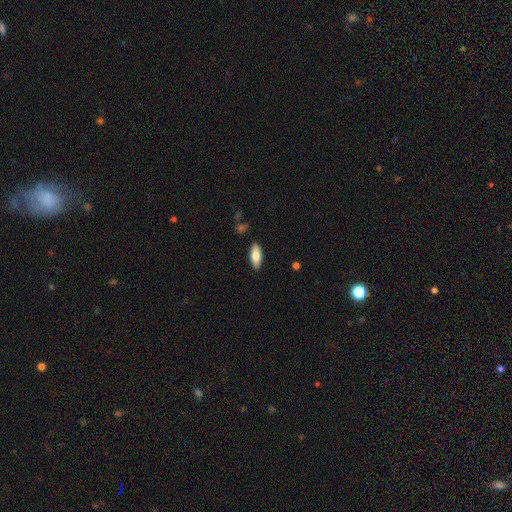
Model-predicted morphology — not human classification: This appears to be a smooth galaxy with no disk features (77%) that is in between round and cigar-shaped (75%). Merging: none (87%).